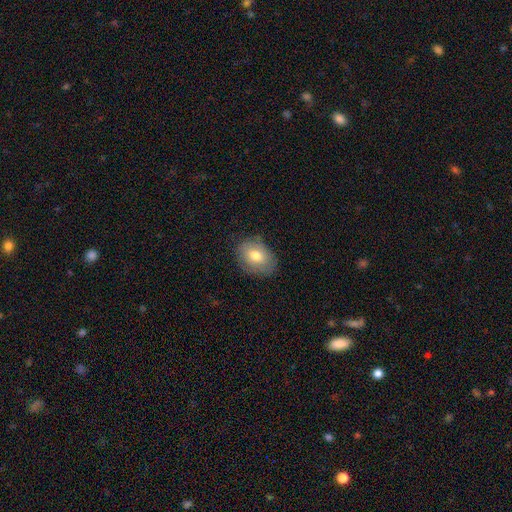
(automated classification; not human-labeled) Smooth or featured? smooth (74%)
How rounded? in between (72%)
Merging? none (77%)